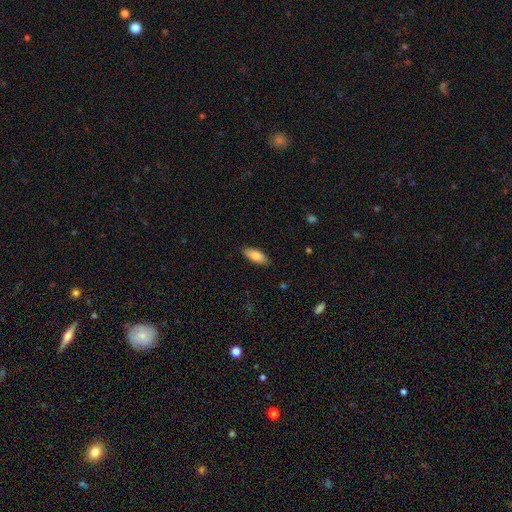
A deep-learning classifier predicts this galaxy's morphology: smooth-or-featured: smooth: 84% | featured or disk: 10% | star or artifact: 6%
  how-rounded: in between: 79% | cigar-shaped: 19% | round: 2%
  merging: none: 87% | minor disturbance: 10% | major disturbance: 2% | merger: 1%